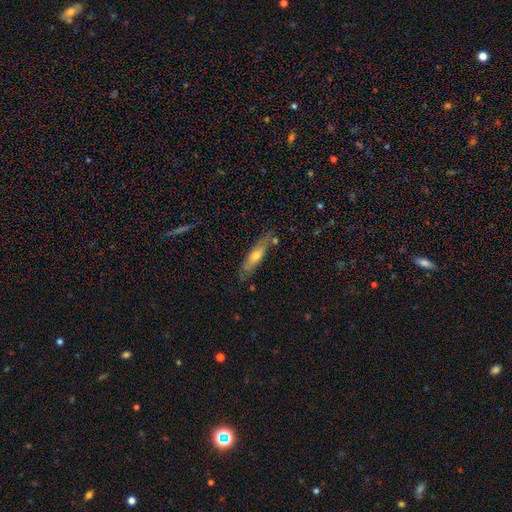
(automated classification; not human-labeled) Morphology: type=smooth (50%); merging=none (72%).